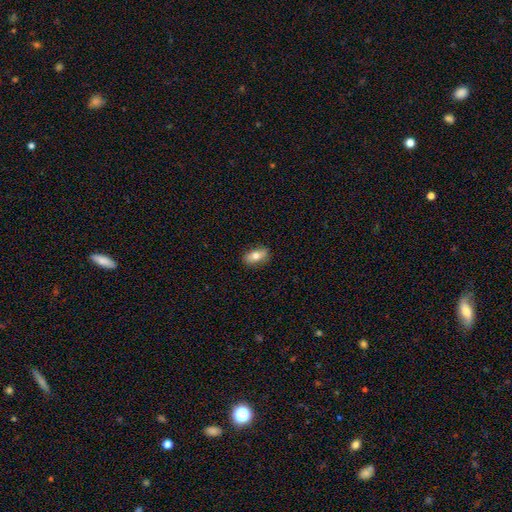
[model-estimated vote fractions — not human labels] smooth_or_featured: smooth (p=0.73) [alt: featured or disk p=0.20]
how_rounded: in between (p=0.84) [alt: cigar-shaped p=0.11]
merging: none (p=0.86) [alt: minor disturbance p=0.11]